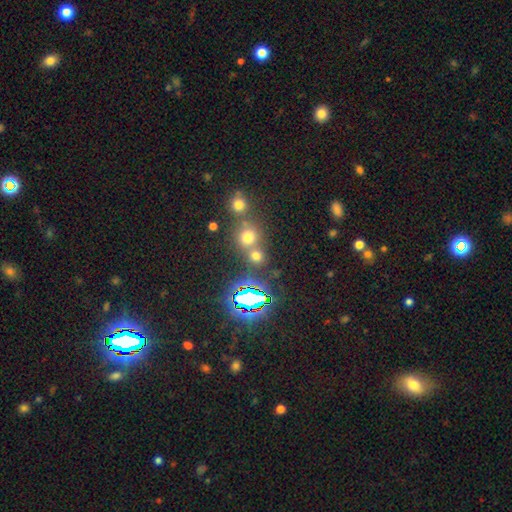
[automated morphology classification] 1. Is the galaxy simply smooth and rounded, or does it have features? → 61% smooth, 31% star or artifact, 8% featured or disk.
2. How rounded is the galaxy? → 84% round, 15% in between, 1% cigar-shaped.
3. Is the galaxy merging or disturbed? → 57% none, 32% merger, 7% minor disturbance, 4% major disturbance.